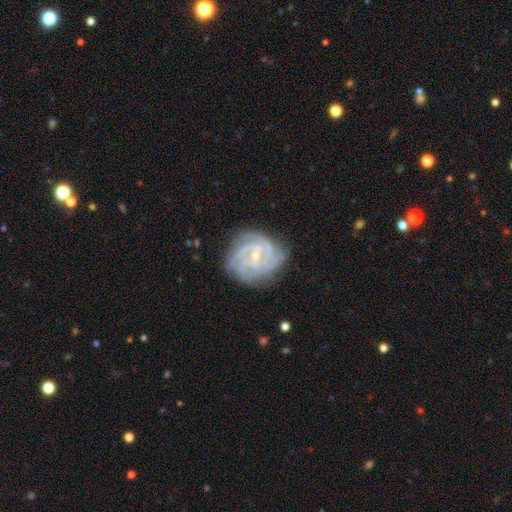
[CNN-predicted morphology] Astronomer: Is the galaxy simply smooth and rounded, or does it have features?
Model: featured or disk — 88%.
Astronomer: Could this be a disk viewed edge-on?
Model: no — 98%.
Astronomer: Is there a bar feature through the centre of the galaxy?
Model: weak — 50% (runner-up: no, 32%).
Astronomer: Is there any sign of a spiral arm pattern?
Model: yes — 98%.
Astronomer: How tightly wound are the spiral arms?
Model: tight — 73%.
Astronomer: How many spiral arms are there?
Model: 3 — 30% (runner-up: 4, 24%).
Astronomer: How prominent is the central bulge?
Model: small — 73%.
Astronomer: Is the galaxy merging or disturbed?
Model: none — 77%.